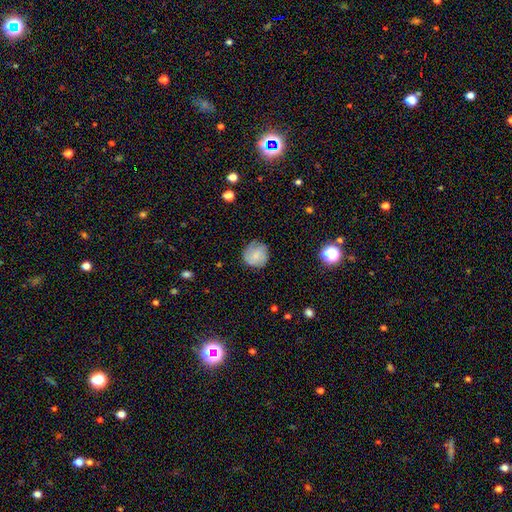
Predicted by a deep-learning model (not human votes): This appears to be a smooth galaxy with no disk features (71%) that is round (90%). Merging: none (74%).